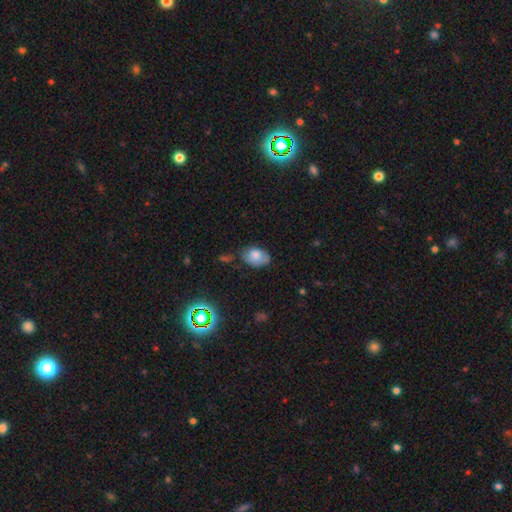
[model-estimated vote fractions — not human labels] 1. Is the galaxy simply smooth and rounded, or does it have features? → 76% smooth, 15% featured or disk, 9% star or artifact.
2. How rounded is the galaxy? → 84% in between, 15% round, 1% cigar-shaped.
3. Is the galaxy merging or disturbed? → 58% none, 31% minor disturbance, 8% major disturbance, 4% merger.